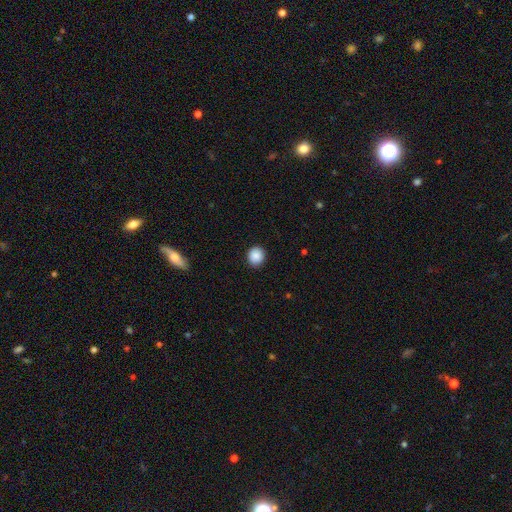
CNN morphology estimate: Smooth or featured: smooth — 89% (star or artifact — 9%)
How rounded: round — 85% (in between — 14%)
Merging: none — 91% (minor disturbance — 6%)